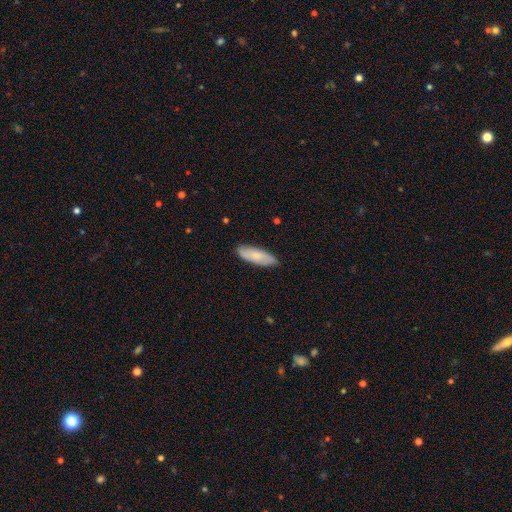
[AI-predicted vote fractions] Smooth or featured? Predicted: smooth (p=0.77). How rounded? Predicted: in between (p=0.61). Merging? Predicted: none (p=0.85).